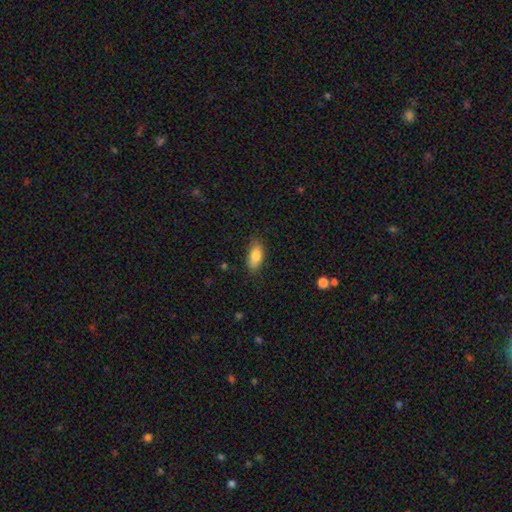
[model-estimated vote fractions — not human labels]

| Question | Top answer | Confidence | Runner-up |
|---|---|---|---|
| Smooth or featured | smooth | 82% | featured or disk (11%) |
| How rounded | in between | 86% | cigar-shaped (10%) |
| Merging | none | 81% | minor disturbance (15%) |